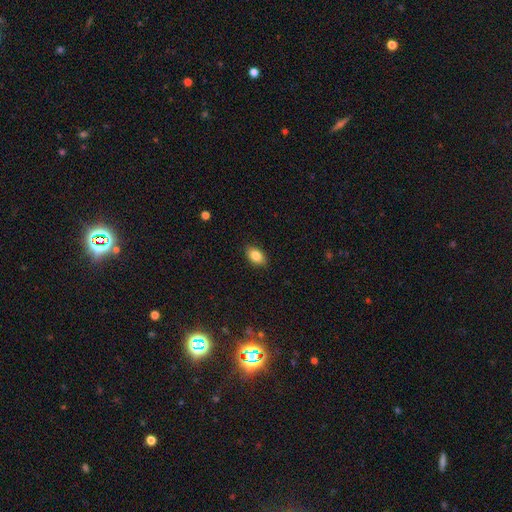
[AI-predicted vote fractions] This appears to be a smooth galaxy with no disk features (84%) that is in between round and cigar-shaped (87%). Merging: none (88%).